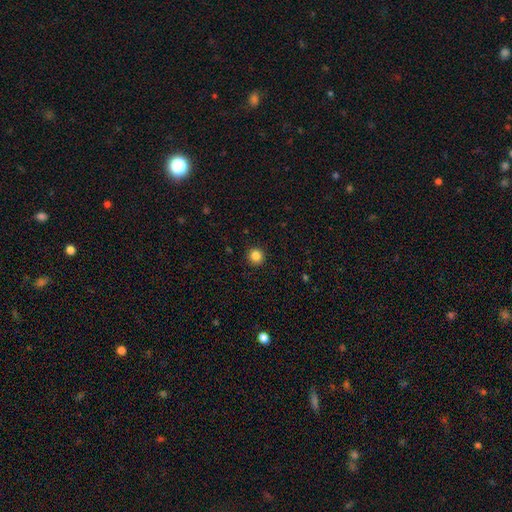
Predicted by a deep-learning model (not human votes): Smooth or featured?
  - smooth: 85% *
  - star or artifact: 11%
  - featured or disk: 4%
How rounded?
  - round: 94% *
  - in between: 5%
  - cigar-shaped: 1%
Merging?
  - none: 92% *
  - minor disturbance: 5%
  - major disturbance: 2%
  - merger: 1%